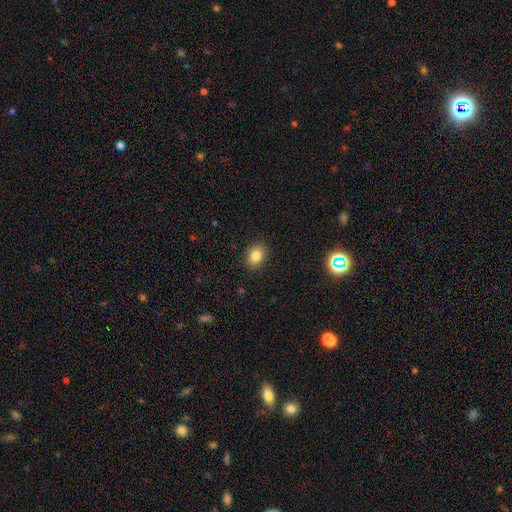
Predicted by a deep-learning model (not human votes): Smooth or featured?
  - smooth: 84% *
  - star or artifact: 10%
  - featured or disk: 6%
How rounded?
  - in between: 59% *
  - round: 40%
  - cigar-shaped: 1%
Merging?
  - none: 89% *
  - minor disturbance: 8%
  - major disturbance: 2%
  - merger: 1%